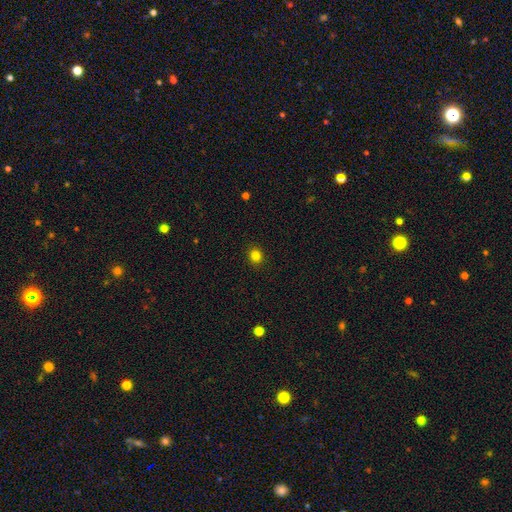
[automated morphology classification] A smooth galaxy with no disk features (82%) that is round (79%).

Vote fractions:
- Smooth or featured? smooth: 82% / star or artifact: 13% / featured or disk: 4%
- How rounded? round: 79% / in between: 20% / cigar-shaped: 1%
- Merging? none: 91% / minor disturbance: 6% / major disturbance: 2% / merger: 1%